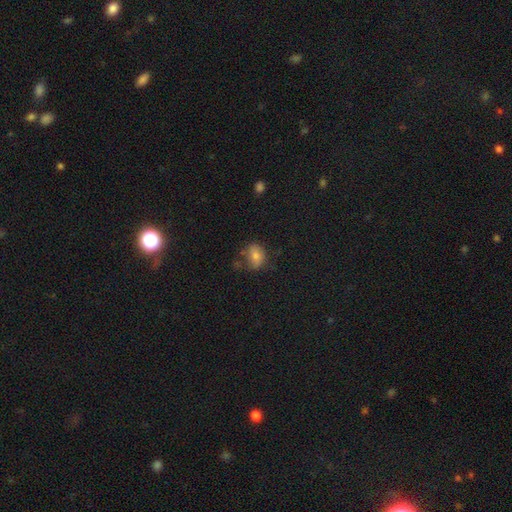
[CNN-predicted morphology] Smooth or featured?
  - smooth: 72% *
  - featured or disk: 17%
  - star or artifact: 12%
How rounded?
  - in between: 66% *
  - round: 32%
  - cigar-shaped: 2%
Merging?
  - none: 56% *
  - minor disturbance: 27%
  - major disturbance: 11%
  - merger: 6%